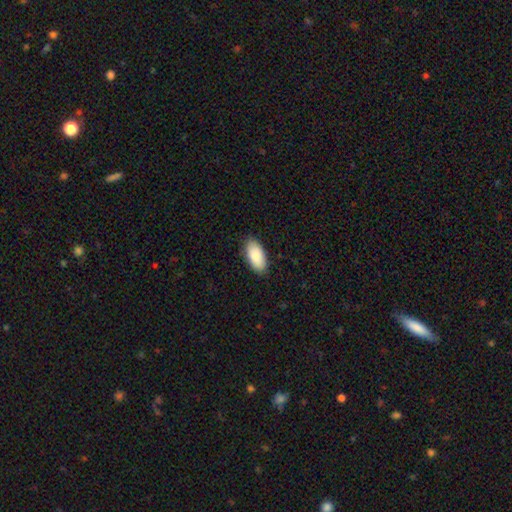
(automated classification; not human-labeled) Smooth or featured?
  - smooth: 88% *
  - featured or disk: 6%
  - star or artifact: 6%
How rounded?
  - in between: 93% *
  - cigar-shaped: 5%
  - round: 2%
Merging?
  - none: 87% *
  - minor disturbance: 10%
  - major disturbance: 2%
  - merger: 1%